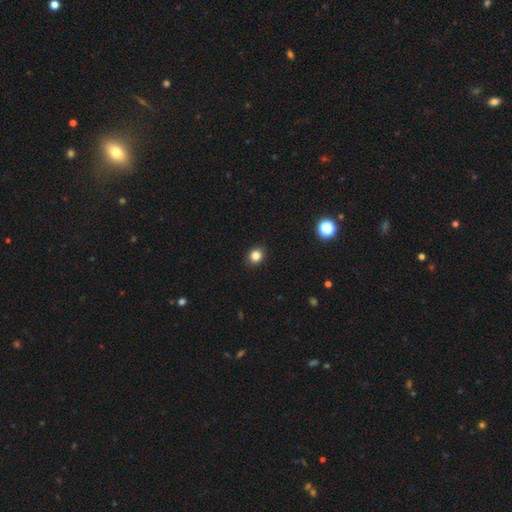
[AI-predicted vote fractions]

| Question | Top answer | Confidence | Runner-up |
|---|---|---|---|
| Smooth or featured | smooth | 83% | star or artifact (12%) |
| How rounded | round | 70% | in between (29%) |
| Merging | none | 90% | minor disturbance (7%) |